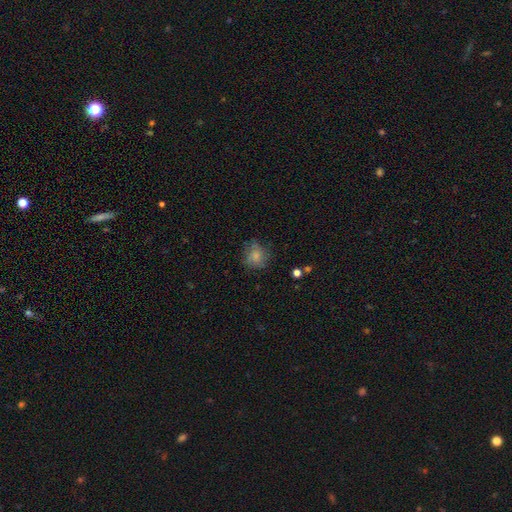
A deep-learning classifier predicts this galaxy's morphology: Overall: smooth (74%). How rounded: round (71%). Merging: none (66%).